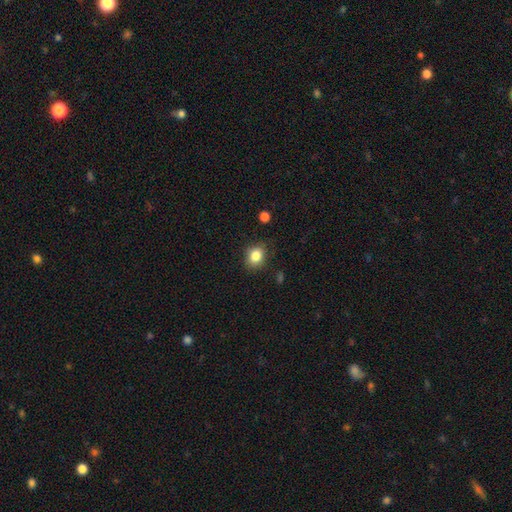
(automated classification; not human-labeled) Morphology: type=smooth (84%); roundness=in between (54%); merging=none (81%).